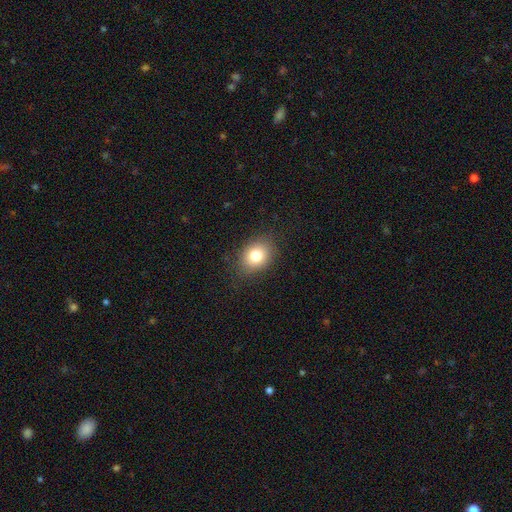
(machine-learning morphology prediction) Smooth or featured?
  - smooth: 80% *
  - star or artifact: 11%
  - featured or disk: 10%
How rounded?
  - in between: 55% *
  - round: 44%
  - cigar-shaped: 1%
Merging?
  - none: 84% *
  - minor disturbance: 12%
  - major disturbance: 3%
  - merger: 1%